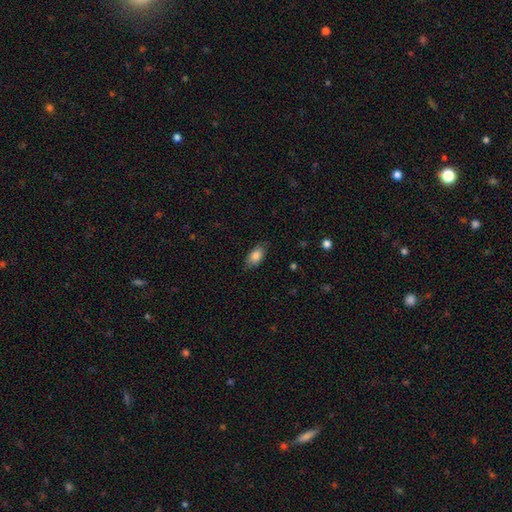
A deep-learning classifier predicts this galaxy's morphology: Smooth or featured?
  - smooth: 84% *
  - featured or disk: 9%
  - star or artifact: 7%
How rounded?
  - in between: 90% *
  - round: 5%
  - cigar-shaped: 4%
Merging?
  - none: 81% *
  - minor disturbance: 15%
  - major disturbance: 3%
  - merger: 1%